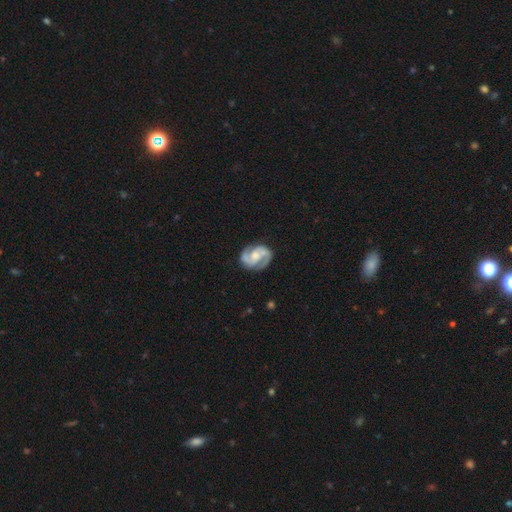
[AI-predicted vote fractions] This appears to be a featured or disk galaxy (88%) with no bar (48%), 2 (85%) medium (52%) spiral arms (97%) and a moderate central bulge (52%). Merging: none (79%).